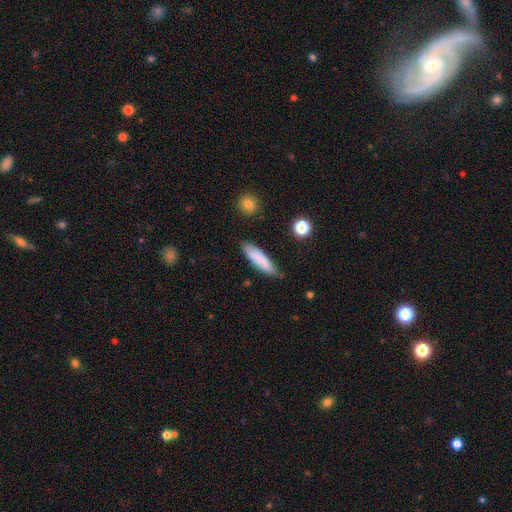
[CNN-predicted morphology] A smooth galaxy with no disk features (82%) that is cigar-shaped (73%).

Vote fractions:
- Smooth or featured? smooth: 82% / featured or disk: 11% / star or artifact: 7%
- How rounded? cigar-shaped: 73% / in between: 25% / round: 2%
- Merging? none: 83% / minor disturbance: 13% / major disturbance: 2% / merger: 2%